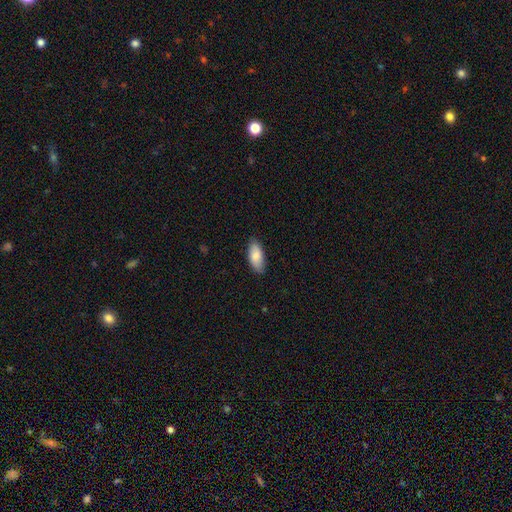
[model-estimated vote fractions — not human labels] Morphology: type=smooth (84%); roundness=in between (90%); merging=none (86%).